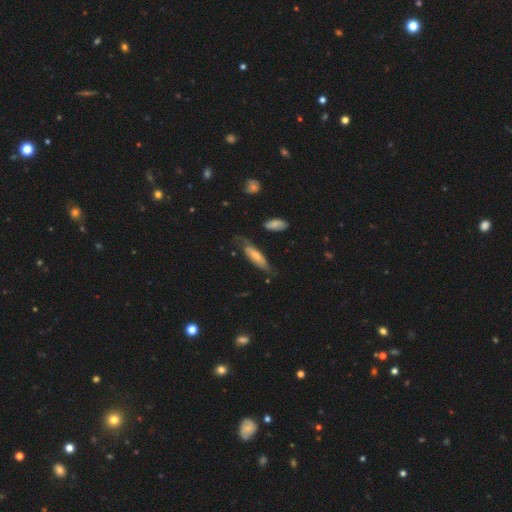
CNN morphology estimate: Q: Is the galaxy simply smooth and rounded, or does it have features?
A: smooth — 57%.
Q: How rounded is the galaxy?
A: cigar-shaped — 58%.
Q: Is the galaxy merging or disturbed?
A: none — 54%.